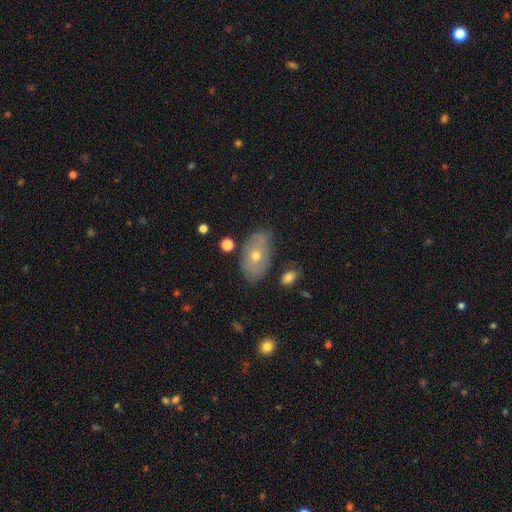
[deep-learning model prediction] Morphology: type=smooth (46%); merging=none (75%).